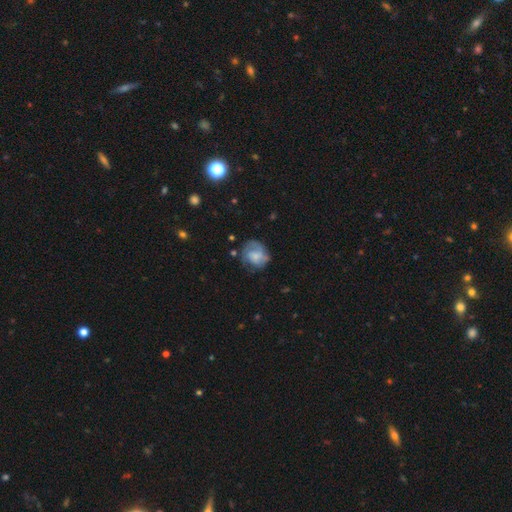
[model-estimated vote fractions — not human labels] A featured or disk galaxy (46%, tied with smooth).

Vote fractions:
- Smooth or featured? featured or disk: 46% (tied) / smooth: 46% (tied) / star or artifact: 8%
- Merging? none: 56% / minor disturbance: 25% / major disturbance: 16% / merger: 3%